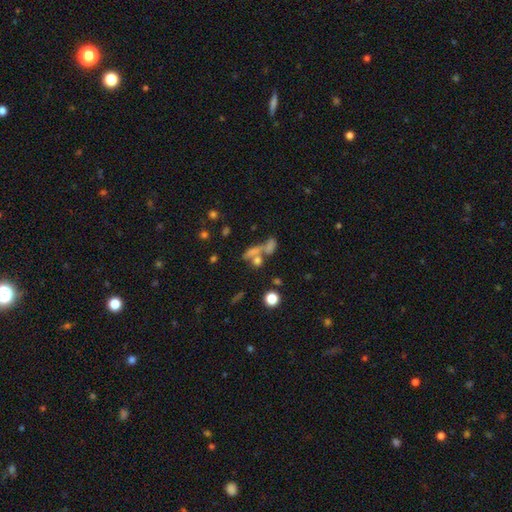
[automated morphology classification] This appears to be a smooth galaxy with no disk features (59%) that is in between round and cigar-shaped (42%). Merging: merger (50%).